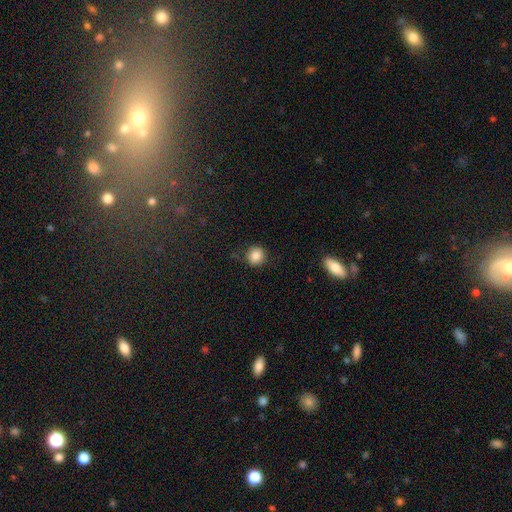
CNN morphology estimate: Smooth or featured? Predicted: smooth (p=0.85). How rounded? Predicted: round (p=0.92). Merging? Predicted: none (p=0.86).